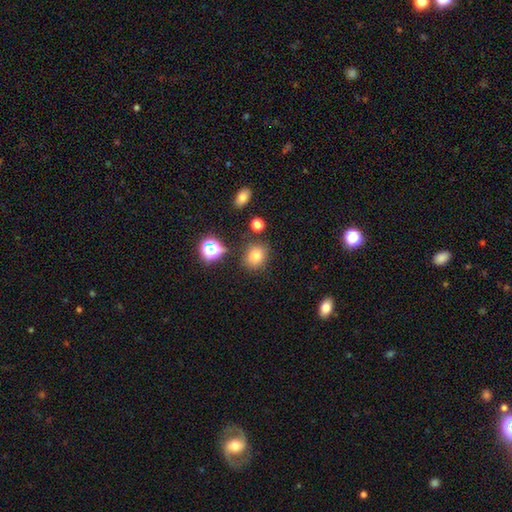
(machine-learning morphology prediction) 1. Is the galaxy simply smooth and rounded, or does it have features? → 75% smooth, 18% star or artifact, 7% featured or disk.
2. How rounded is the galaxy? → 71% round, 28% in between, 1% cigar-shaped.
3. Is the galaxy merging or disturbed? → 80% none, 11% minor disturbance, 5% merger, 4% major disturbance.